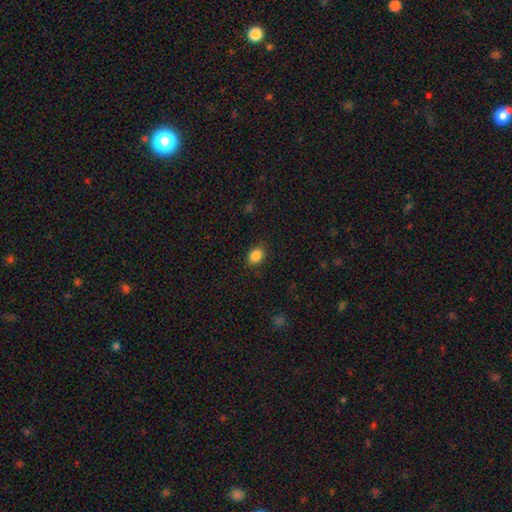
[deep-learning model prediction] Smooth or featured? Predicted: smooth (p=0.86). How rounded? Predicted: round (p=0.50). Merging? Predicted: none (p=0.85).